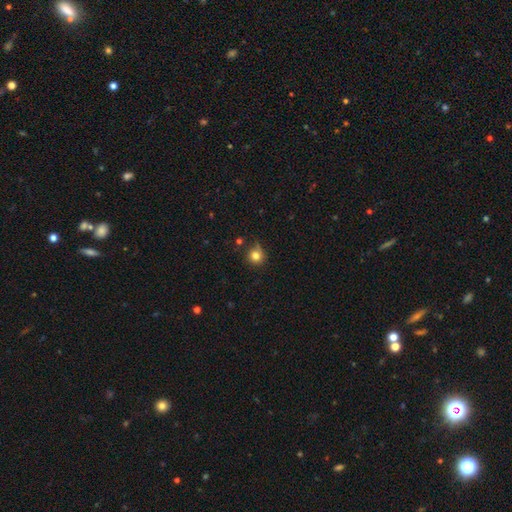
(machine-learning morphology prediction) smooth-or-featured: smooth: 80% | star or artifact: 12% | featured or disk: 7%
  how-rounded: round: 91% | in between: 8% | cigar-shaped: 1%
  merging: none: 69% | minor disturbance: 21% | major disturbance: 6% | merger: 4%